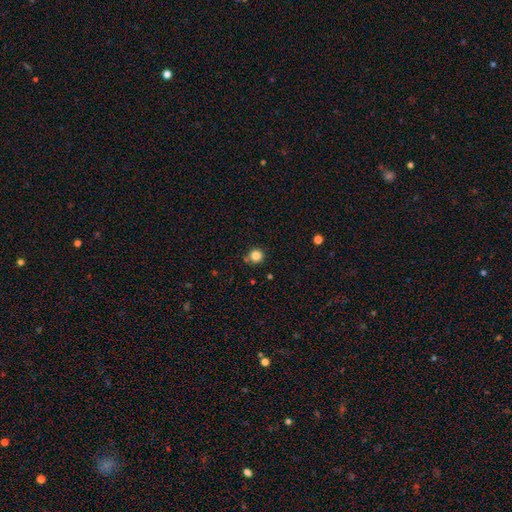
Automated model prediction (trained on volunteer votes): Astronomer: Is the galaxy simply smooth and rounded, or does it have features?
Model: smooth — 83%.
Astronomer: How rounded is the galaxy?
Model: round — 94%.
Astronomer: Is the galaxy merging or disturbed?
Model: none — 82%.